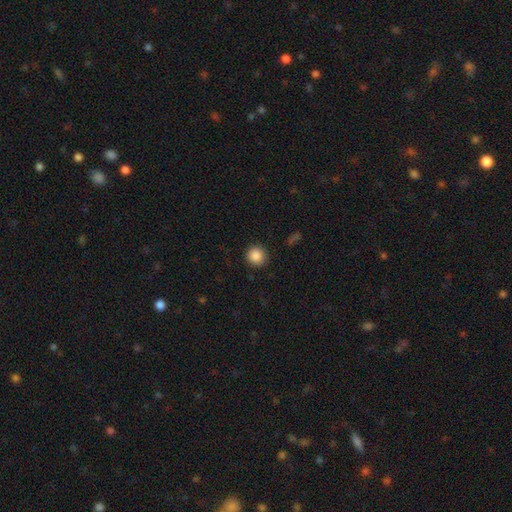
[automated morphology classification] Smooth or featured? Predicted: smooth (p=0.87). How rounded? Predicted: round (p=0.93). Merging? Predicted: none (p=0.90).